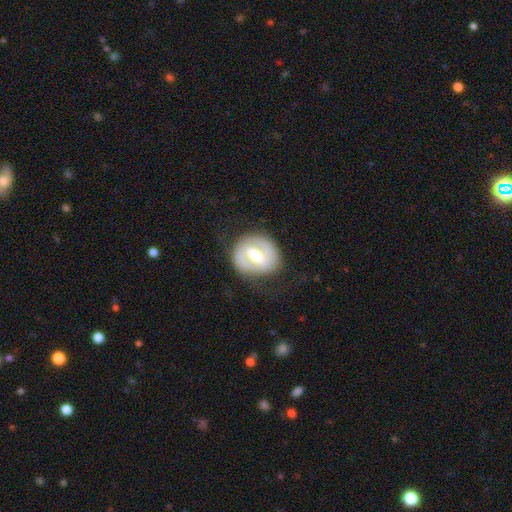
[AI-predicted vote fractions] Smooth or featured?
  - featured or disk: 62% *
  - smooth: 32%
  - star or artifact: 6%
Edge-on disk?
  - no: 95% *
  - yes: 5%
Bar?
  - strong: 46% *
  - weak: 39%
  - no: 14%
Spiral arms?
  - no: 52% *
  - yes: 48%
Bulge size?
  - moderate: 65% *
  - large: 18%
  - small: 14%
  - dominant: 2%
  - none: 2%
Merging?
  - none: 72% *
  - minor disturbance: 17%
  - major disturbance: 10%
  - merger: 1%